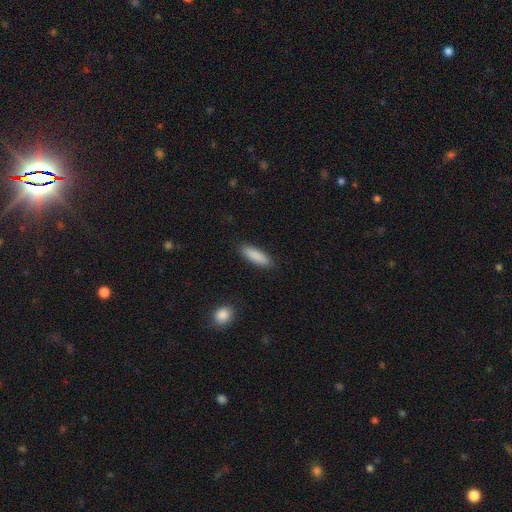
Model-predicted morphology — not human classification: smooth_or_featured: smooth (p=0.89) [alt: star or artifact p=0.06]
how_rounded: cigar-shaped (p=0.55) [alt: in between p=0.43]
merging: none (p=0.89) [alt: minor disturbance p=0.08]